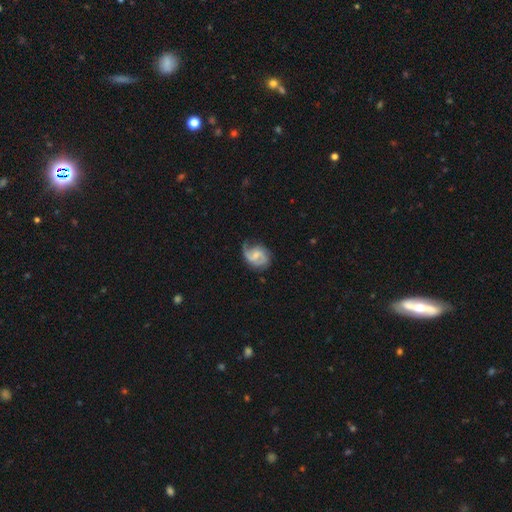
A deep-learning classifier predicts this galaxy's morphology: Q: Smooth or featured?
A: featured or disk (74%); runner-up: smooth (20%)
Q: Edge-on disk?
A: no (98%); runner-up: yes (2%)
Q: Bar?
A: weak (54%); runner-up: no (32%)
Q: Spiral arms?
A: yes (93%); runner-up: no (7%)
Q: Spiral winding?
A: medium (46%); runner-up: loose (34%)
Q: Spiral arm count?
A: 2 (69%); runner-up: 1 (15%)
Q: Bulge size?
A: small (46%); runner-up: moderate (30%)
Q: Merging?
A: none (56%); runner-up: minor disturbance (27%)